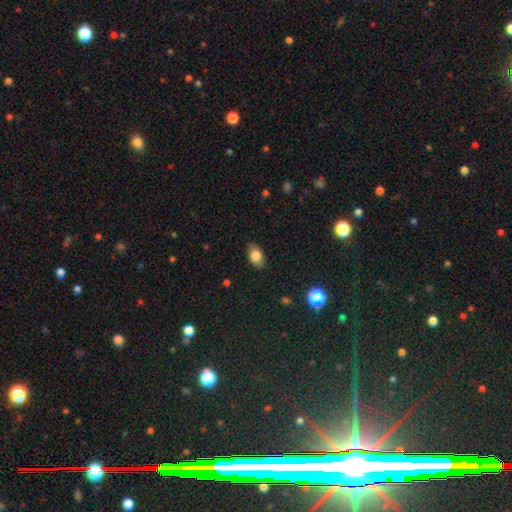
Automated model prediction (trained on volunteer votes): Smooth or featured?
  - smooth: 82% *
  - featured or disk: 10%
  - star or artifact: 8%
How rounded?
  - in between: 89% *
  - round: 9%
  - cigar-shaped: 2%
Merging?
  - none: 85% *
  - minor disturbance: 12%
  - major disturbance: 3%
  - merger: 1%